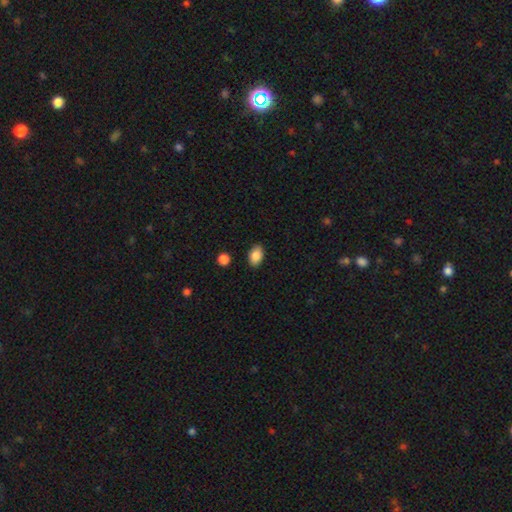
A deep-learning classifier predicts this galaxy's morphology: Smooth or featured?
  - smooth: 87% *
  - star or artifact: 8%
  - featured or disk: 5%
How rounded?
  - in between: 88% *
  - round: 10%
  - cigar-shaped: 1%
Merging?
  - none: 87% *
  - minor disturbance: 9%
  - major disturbance: 2%
  - merger: 2%